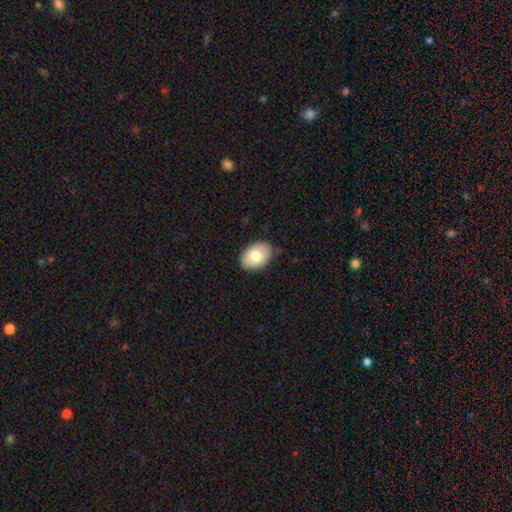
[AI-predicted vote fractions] Q: Smooth or featured?
A: smooth (79%); runner-up: featured or disk (14%)
Q: How rounded?
A: in between (83%); runner-up: round (16%)
Q: Merging?
A: none (85%); runner-up: minor disturbance (12%)